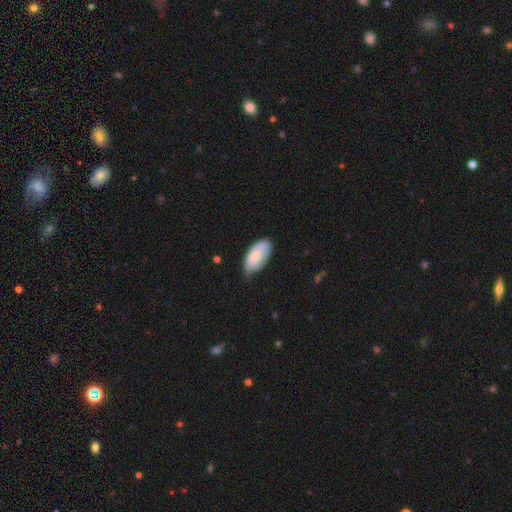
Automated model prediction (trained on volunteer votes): This is likely a smooth galaxy (67%). How rounded: clearly in between (94%). Merging: possibly none (51%).